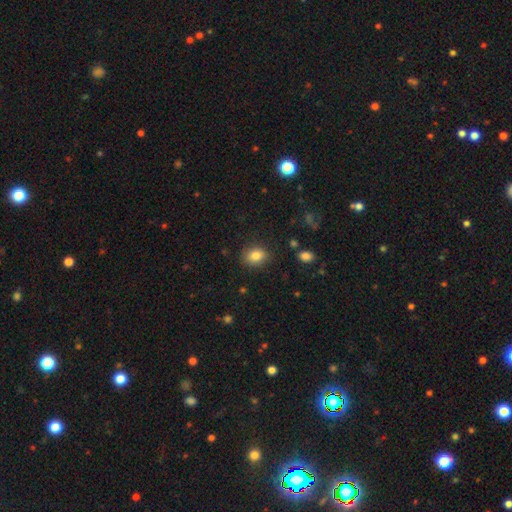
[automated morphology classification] Smooth or featured?
  - smooth: 84% *
  - star or artifact: 9%
  - featured or disk: 7%
How rounded?
  - in between: 56% *
  - round: 43%
  - cigar-shaped: 1%
Merging?
  - none: 85% *
  - minor disturbance: 11%
  - major disturbance: 3%
  - merger: 1%